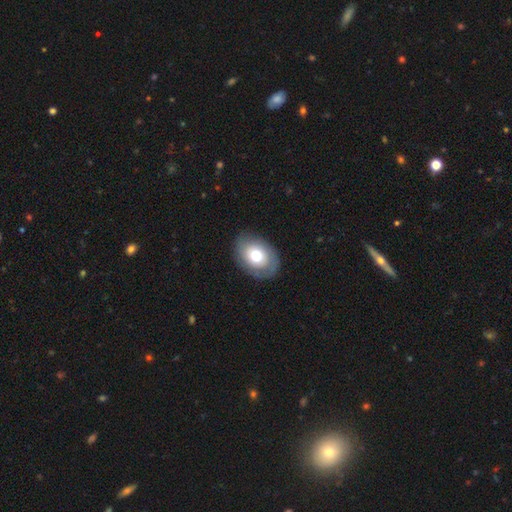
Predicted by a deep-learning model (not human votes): smooth 65%, featured or disk 27%, star or artifact 8%. Down the decision tree: how rounded — in between (71%); merging — none (81%).